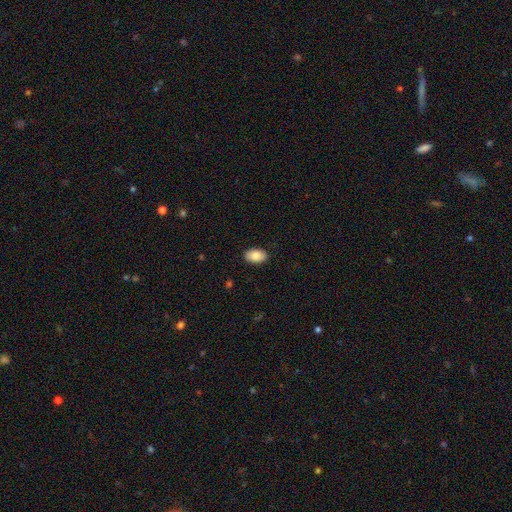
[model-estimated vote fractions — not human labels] Smooth or featured: smooth — 85% (featured or disk — 8%)
How rounded: in between — 93% (round — 5%)
Merging: none — 89% (minor disturbance — 8%)